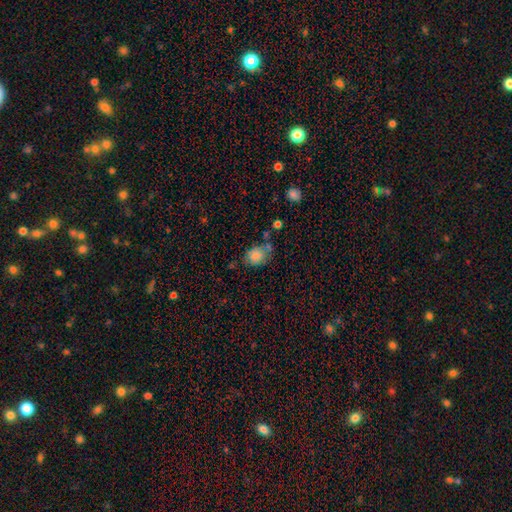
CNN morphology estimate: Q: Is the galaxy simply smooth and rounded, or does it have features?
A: smooth — 83%.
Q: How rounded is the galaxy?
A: in between — 56%.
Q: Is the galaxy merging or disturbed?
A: none — 58%.